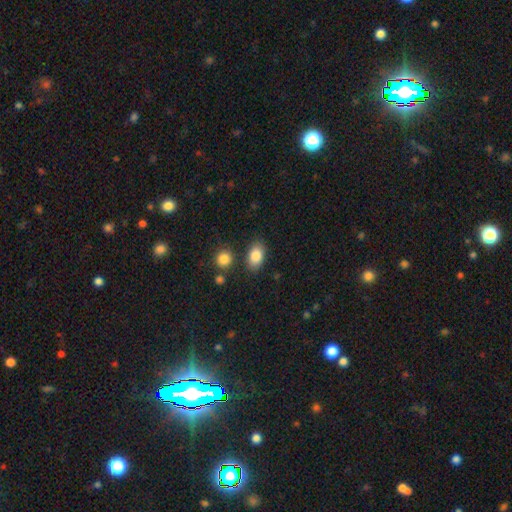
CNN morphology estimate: Smooth or featured?
  - smooth: 85% *
  - featured or disk: 7%
  - star or artifact: 7%
How rounded?
  - in between: 88% *
  - round: 11%
  - cigar-shaped: 2%
Merging?
  - none: 81% *
  - minor disturbance: 11%
  - merger: 5%
  - major disturbance: 3%